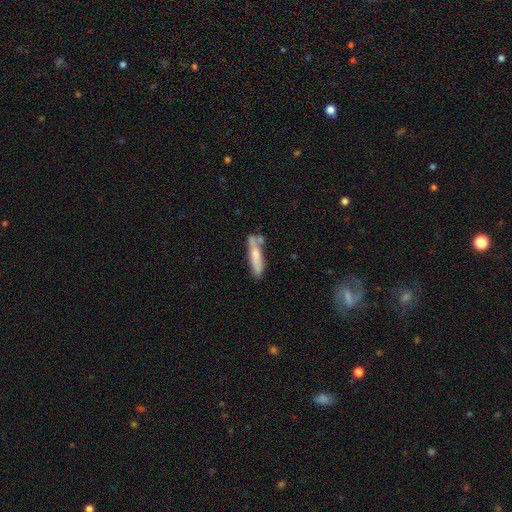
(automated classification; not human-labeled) Morphology: type=smooth (62%); roundness=cigar-shaped (83%); merging=none (57%).